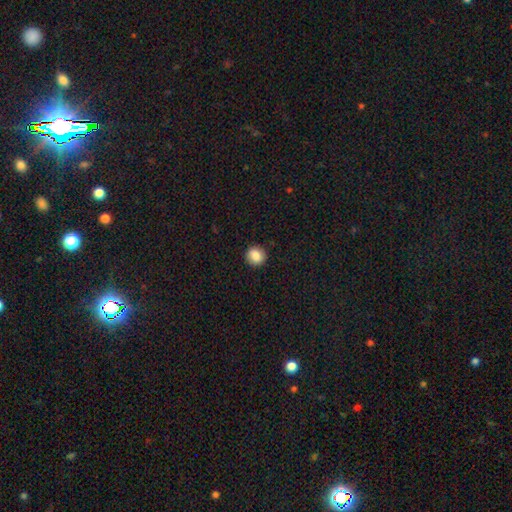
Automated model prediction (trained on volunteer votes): smooth 85%, star or artifact 9%, featured or disk 6%. Down the decision tree: how rounded — round (85%); merging — none (90%).